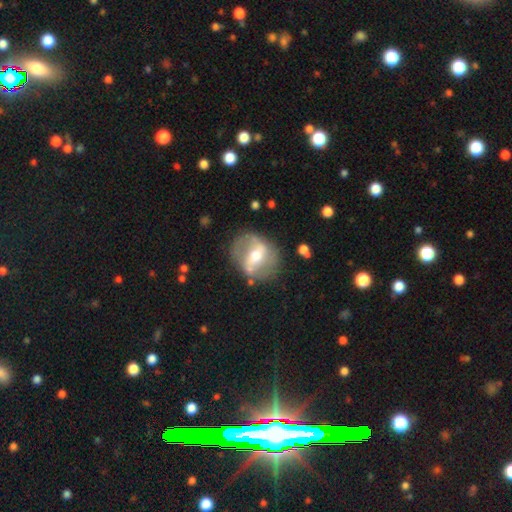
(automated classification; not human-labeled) Overall: featured or disk (70%). Edge-on disk: no (90%). Bar: strong (53%; weak 32%). Spiral arms: no (56%; yes 44%). Bulge size: moderate (68%). Merging: none (72%).